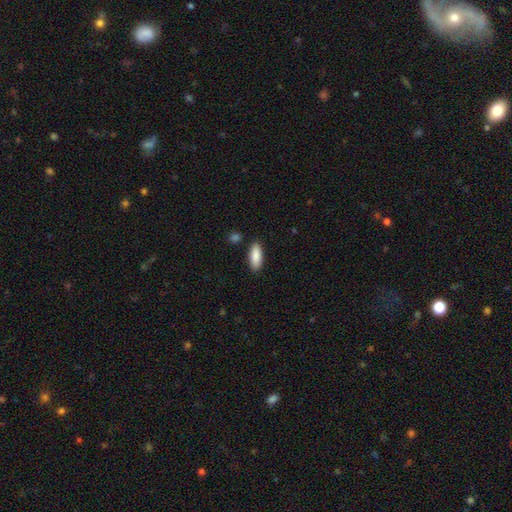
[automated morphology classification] Overall: smooth (89%). How rounded: in between (74%). Merging: none (87%).